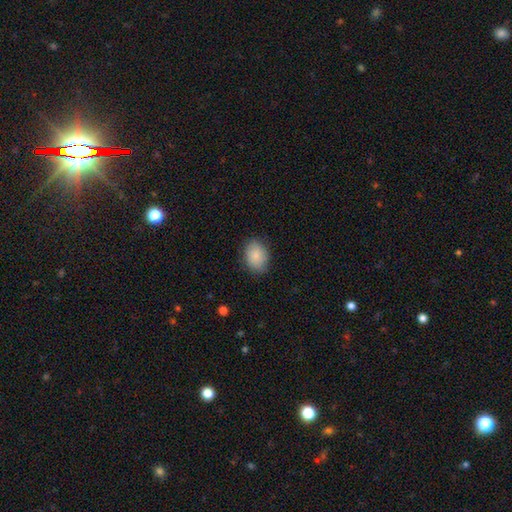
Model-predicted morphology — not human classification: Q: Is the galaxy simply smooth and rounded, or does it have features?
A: smooth — 85%.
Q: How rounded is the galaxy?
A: in between — 69%.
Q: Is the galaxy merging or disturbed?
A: none — 81%.